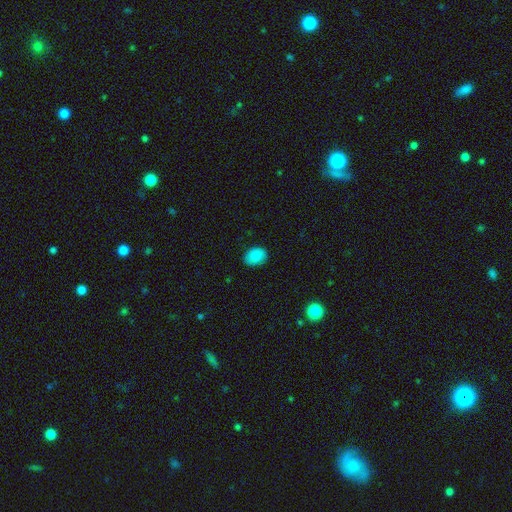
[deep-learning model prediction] Smooth or featured?
  - smooth: 88% *
  - star or artifact: 9%
  - featured or disk: 3%
How rounded?
  - in between: 71% *
  - round: 28%
  - cigar-shaped: 1%
Merging?
  - none: 84% *
  - minor disturbance: 13%
  - major disturbance: 3%
  - merger: 1%